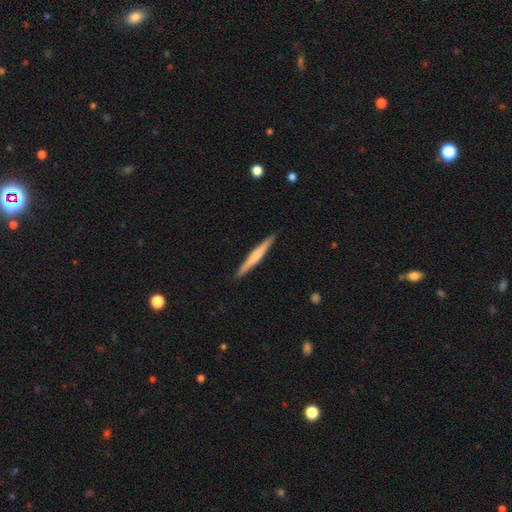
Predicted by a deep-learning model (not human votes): Smooth or featured? Predicted: smooth (p=0.49). Merging? Predicted: none (p=0.92).